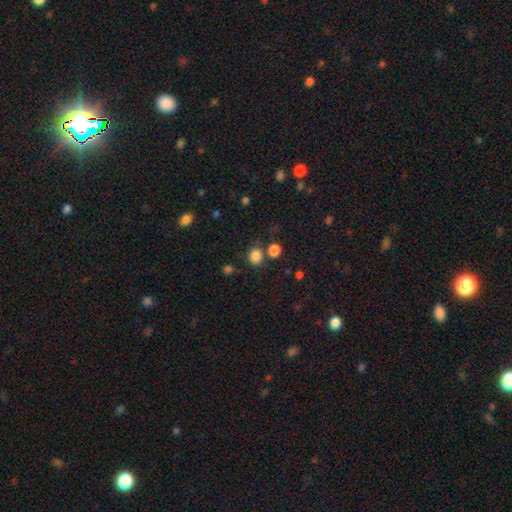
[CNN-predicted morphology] A smooth galaxy with no disk features (83%) that is round (75%). Merging: none (73%).